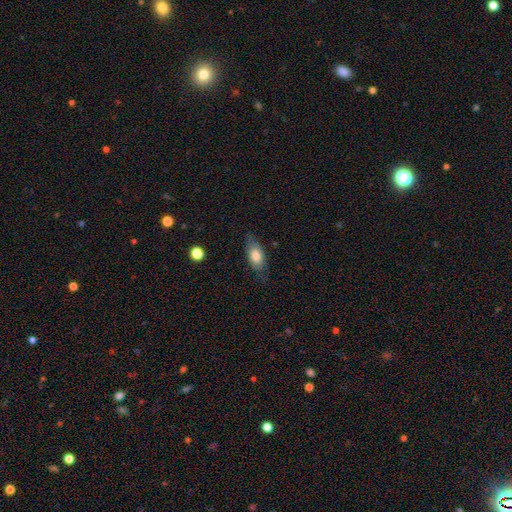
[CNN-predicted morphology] smooth-or-featured: smooth: 76% | featured or disk: 17% | star or artifact: 7%
  how-rounded: in between: 85% | cigar-shaped: 11% | round: 4%
  merging: none: 73% | minor disturbance: 20% | major disturbance: 6% | merger: 1%